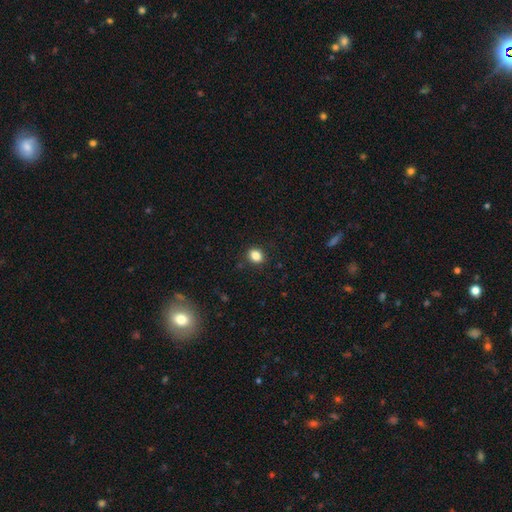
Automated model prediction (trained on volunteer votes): smooth 84%, star or artifact 11%, featured or disk 5%. Down the decision tree: how rounded — round (54%); merging — none (88%).